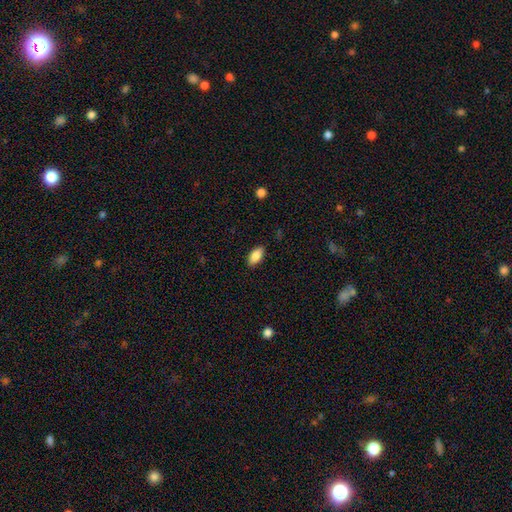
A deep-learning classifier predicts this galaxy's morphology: smooth_or_featured: smooth (p=0.87) [alt: star or artifact p=0.07]
how_rounded: in between (p=0.89) [alt: cigar-shaped p=0.09]
merging: none (p=0.88) [alt: minor disturbance p=0.09]